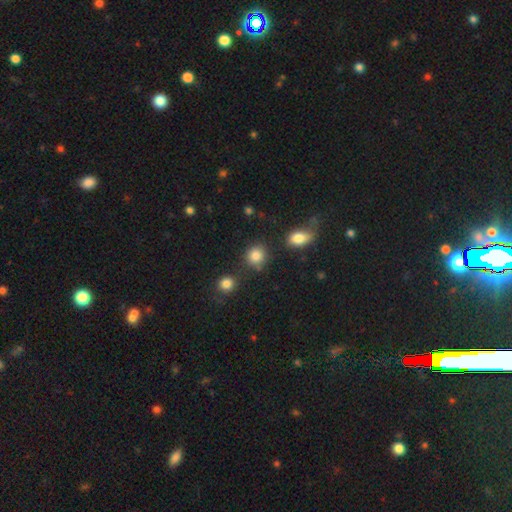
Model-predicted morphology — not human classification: type=smooth (84%); roundness=round (83%); merging=none (74%).